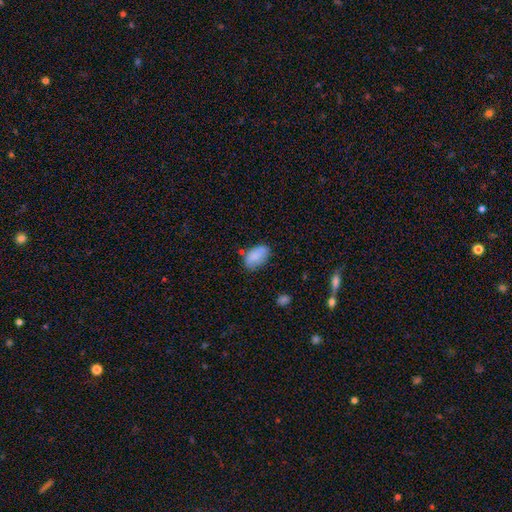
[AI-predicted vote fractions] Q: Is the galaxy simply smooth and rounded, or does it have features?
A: smooth — 84%.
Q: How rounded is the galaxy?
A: in between — 92%.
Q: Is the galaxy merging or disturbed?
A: none — 69%.